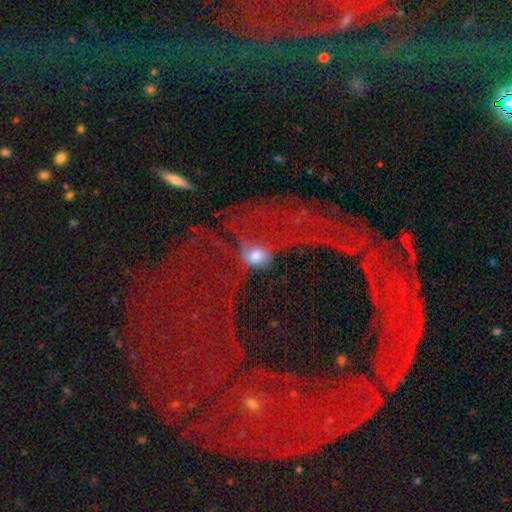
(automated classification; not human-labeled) Overall: smooth (41%; featured or disk 34%). Merging: major disturbance (36%; none 35%).